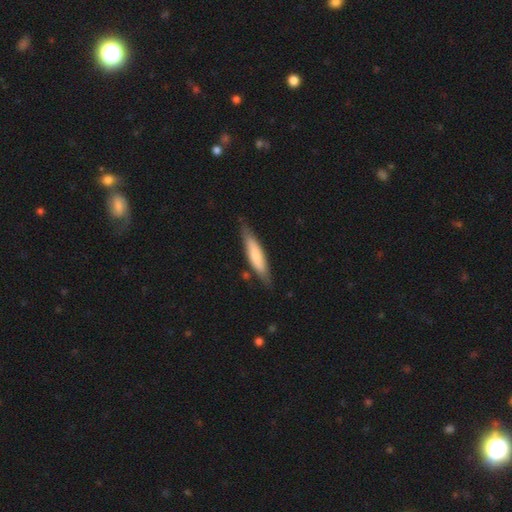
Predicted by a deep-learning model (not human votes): Smooth or featured?
  - smooth: 71% *
  - featured or disk: 24%
  - star or artifact: 5%
How rounded?
  - cigar-shaped: 79% *
  - in between: 20%
  - round: 1%
Merging?
  - none: 78% *
  - minor disturbance: 17%
  - major disturbance: 3%
  - merger: 2%